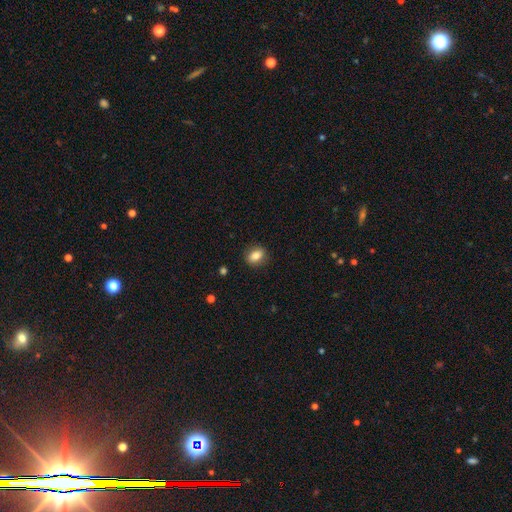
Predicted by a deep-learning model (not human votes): The model was most divided on "how rounded": in between: 66%, round: 31%, cigar-shaped: 3%. More confident: merging — none (88%); smooth or featured — smooth (82%).